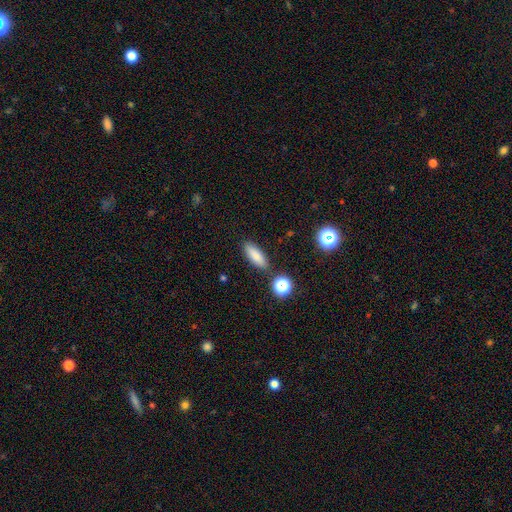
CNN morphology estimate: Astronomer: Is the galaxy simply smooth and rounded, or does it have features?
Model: smooth — 82%.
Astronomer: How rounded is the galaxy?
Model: in between — 62%.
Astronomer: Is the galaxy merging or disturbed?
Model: none — 84%.